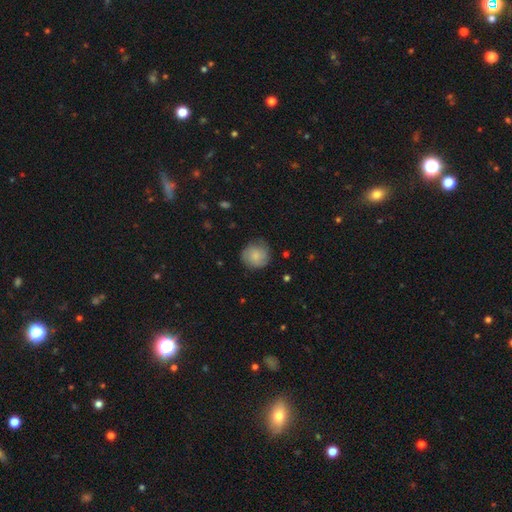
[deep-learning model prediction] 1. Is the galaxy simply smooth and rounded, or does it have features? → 71% smooth, 22% featured or disk, 7% star or artifact.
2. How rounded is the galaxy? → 90% round, 9% in between, 1% cigar-shaped.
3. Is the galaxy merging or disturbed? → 74% none, 19% minor disturbance, 5% major disturbance, 1% merger.